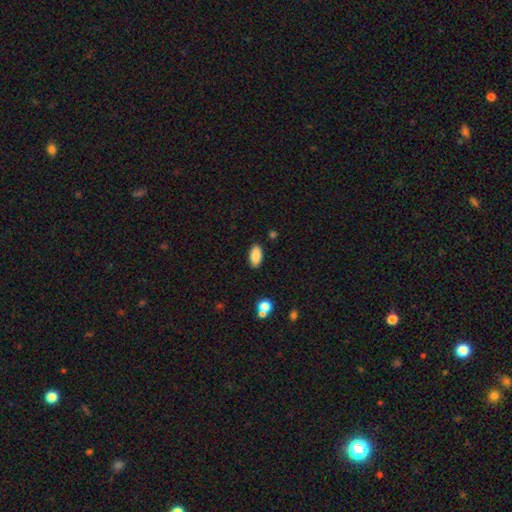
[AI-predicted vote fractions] Smooth or featured? smooth (88%)
How rounded? in between (90%)
Merging? none (87%)